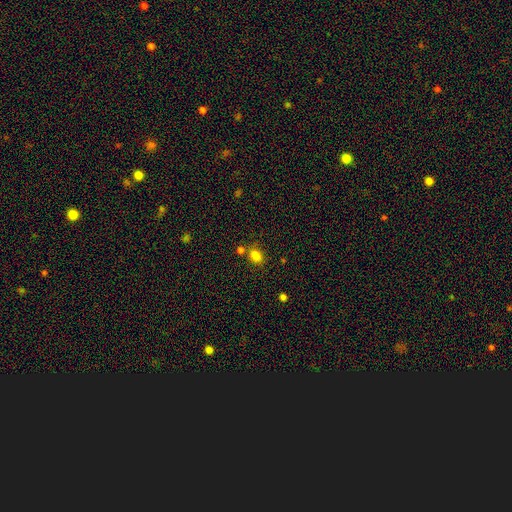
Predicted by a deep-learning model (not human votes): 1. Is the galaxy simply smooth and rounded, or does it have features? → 82% smooth, 13% star or artifact, 5% featured or disk.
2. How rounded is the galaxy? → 56% in between, 43% round, 1% cigar-shaped.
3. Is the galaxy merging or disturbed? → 70% none, 14% merger, 12% minor disturbance, 4% major disturbance.